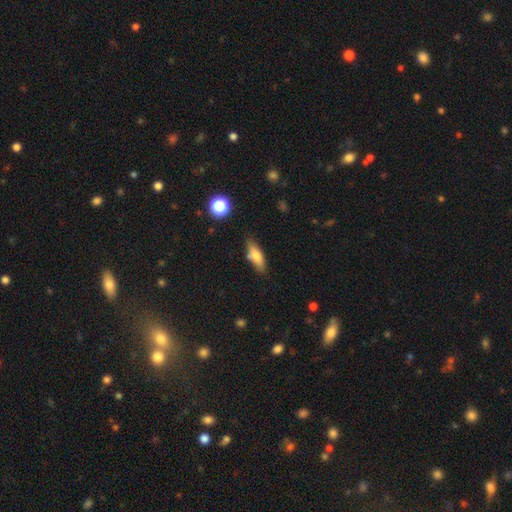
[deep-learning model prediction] Smooth or featured? smooth (69%)
How rounded? in between (57%)
Merging? none (74%)